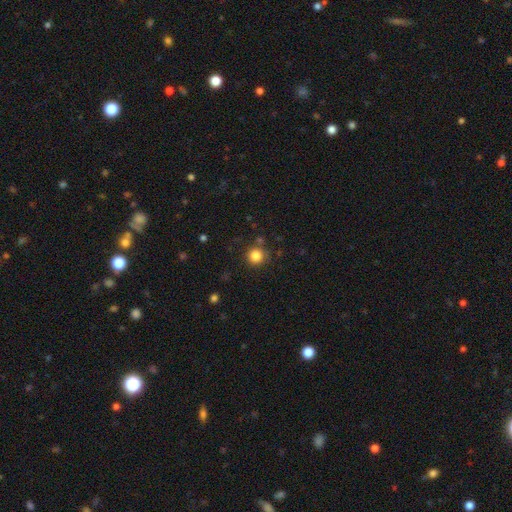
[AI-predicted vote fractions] smooth-or-featured: smooth: 84% | star or artifact: 12% | featured or disk: 5%
  how-rounded: round: 94% | in between: 5% | cigar-shaped: 1%
  merging: none: 83% | minor disturbance: 10% | merger: 4% | major disturbance: 3%